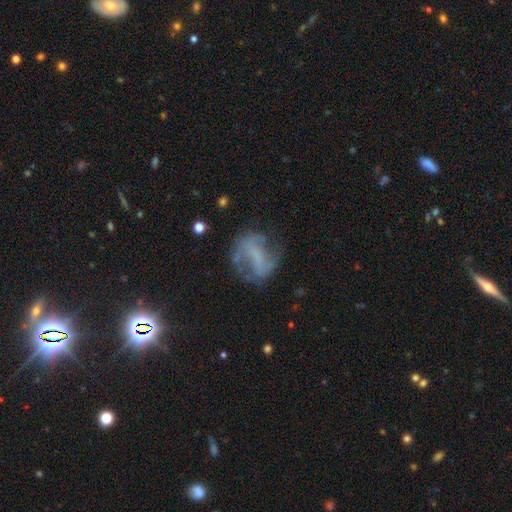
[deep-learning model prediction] Smooth or featured? featured or disk (65%)
Edge-on disk? no (96%)
Bar? strong (38%)
Spiral arms? yes (70%)
Bulge size? none (62%)
Merging? none (60%)